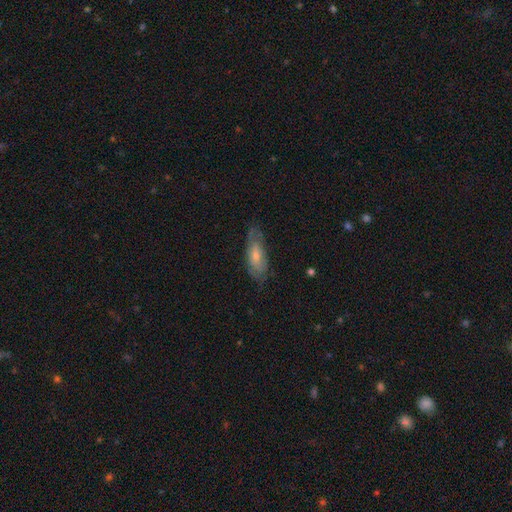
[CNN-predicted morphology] Smooth or featured? Predicted: smooth (p=0.46, tied with featured or disk). Merging? Predicted: none (p=0.68).